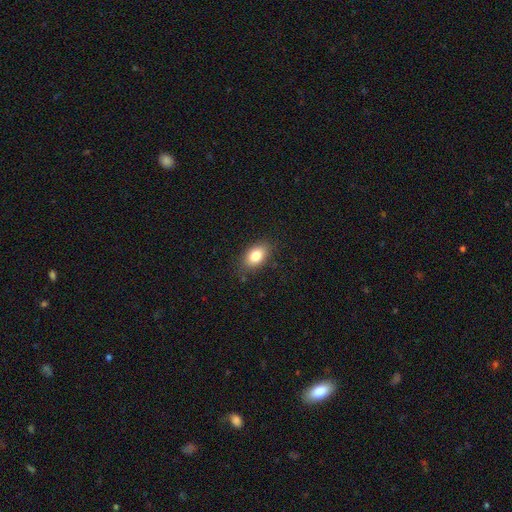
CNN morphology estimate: This appears to be a smooth galaxy with no disk features (81%) that is in between round and cigar-shaped (87%). Merging: none (83%).